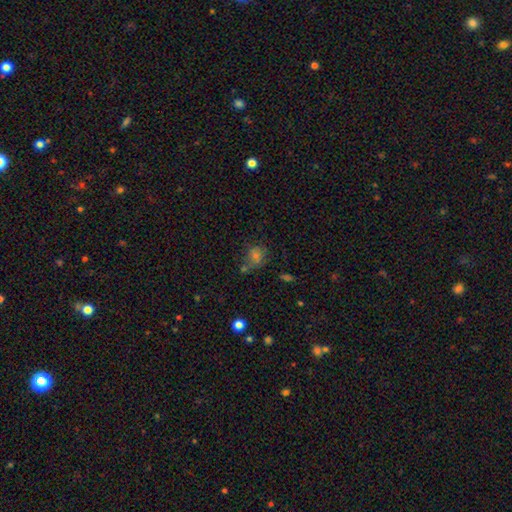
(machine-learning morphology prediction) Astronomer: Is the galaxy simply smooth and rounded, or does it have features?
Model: smooth — 61%.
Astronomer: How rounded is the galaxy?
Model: round — 72%.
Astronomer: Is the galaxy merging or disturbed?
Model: none — 62%.